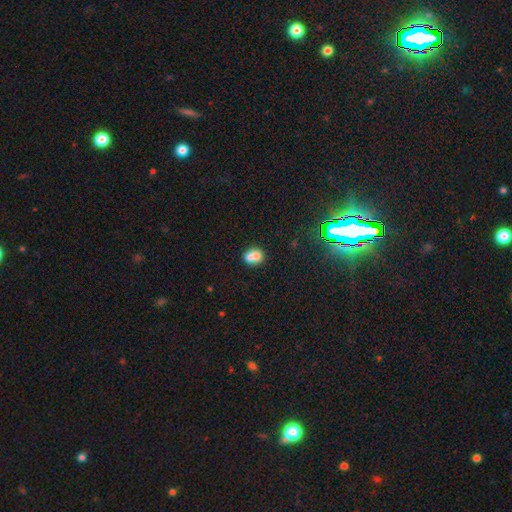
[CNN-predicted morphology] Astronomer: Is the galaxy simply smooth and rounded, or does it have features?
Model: smooth — 69%.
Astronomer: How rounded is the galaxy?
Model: round — 59% (runner-up: in between, 40%).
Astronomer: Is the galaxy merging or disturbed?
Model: merger — 56% (runner-up: none, 33%).